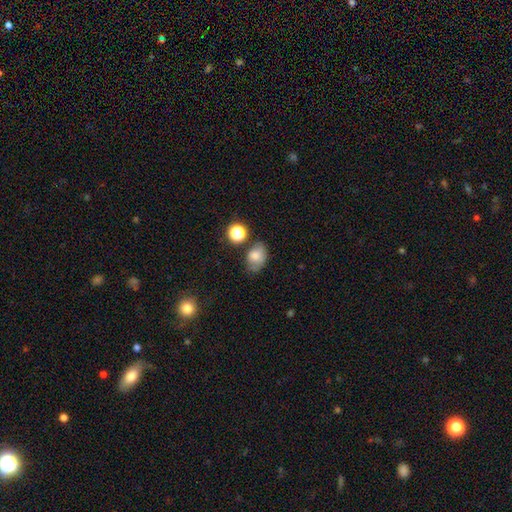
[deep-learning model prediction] This is likely a smooth galaxy (76%). How rounded: likely in between (77%). Merging: likely none (62%).